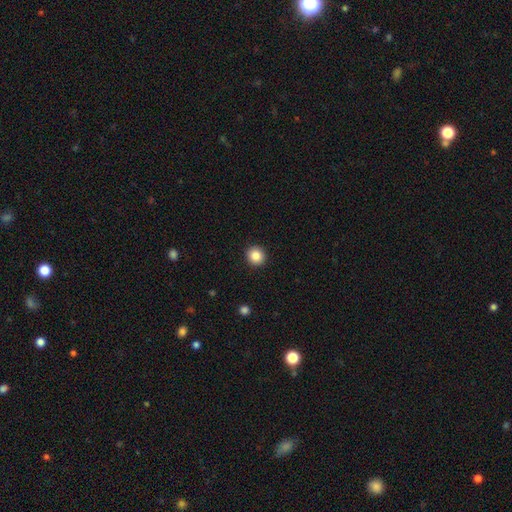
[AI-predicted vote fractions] Smooth or featured? smooth (86%)
How rounded? round (90%)
Merging? none (92%)